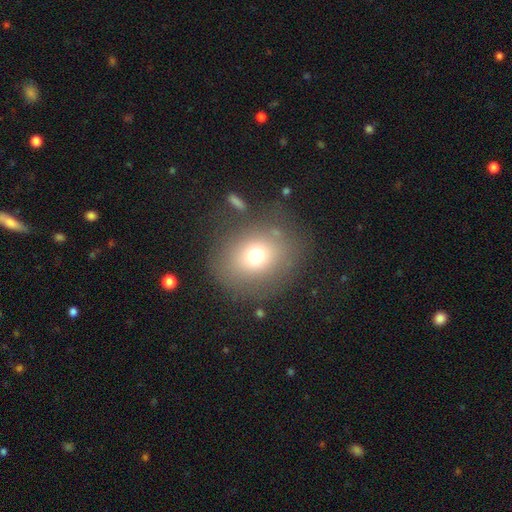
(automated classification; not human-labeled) This appears to be a smooth galaxy with no disk features (71%) that is round (70%). Merging: none (75%).